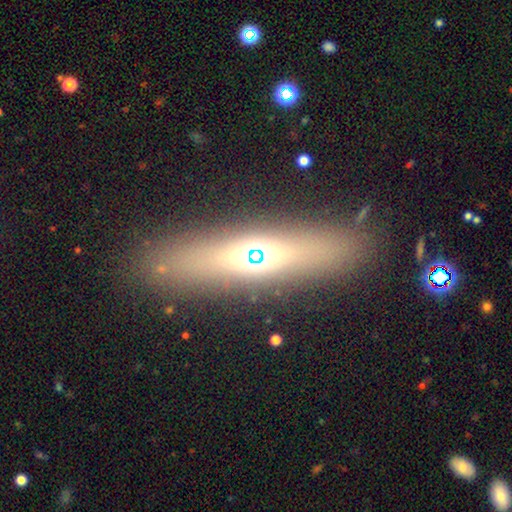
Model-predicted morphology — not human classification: featured or disk 47%, smooth 38%, star or artifact 15%. Down the decision tree: merging — none (87%).